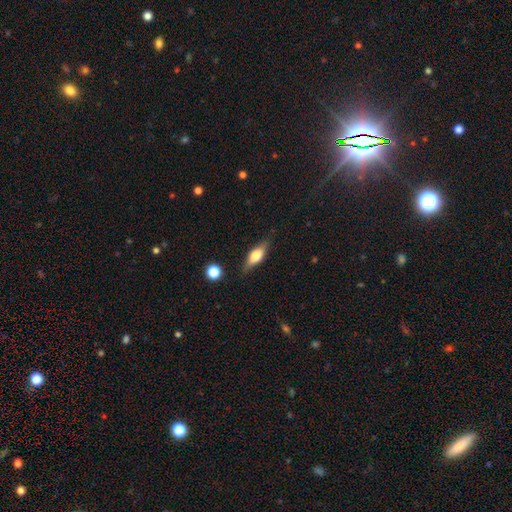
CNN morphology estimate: A smooth galaxy with no disk features (56%) that is in between round and cigar-shaped (65%).

Vote fractions:
- Smooth or featured? smooth: 56% / featured or disk: 36% / star or artifact: 8%
- How rounded? in between: 65% / cigar-shaped: 30% / round: 5%
- Merging? none: 80% / minor disturbance: 15% / major disturbance: 4% / merger: 2%